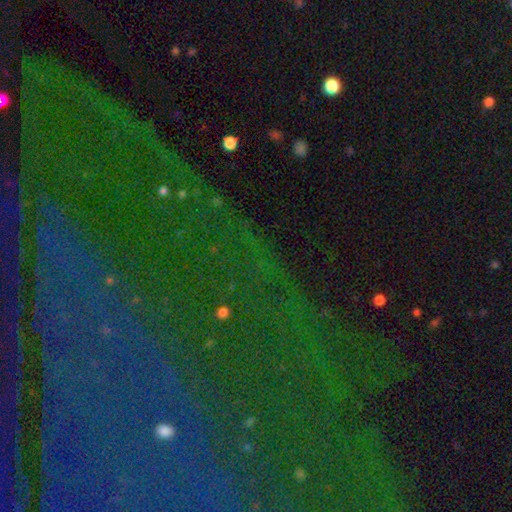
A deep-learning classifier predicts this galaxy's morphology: smooth-or-featured: star or artifact: 80% | smooth: 11% | featured or disk: 10%